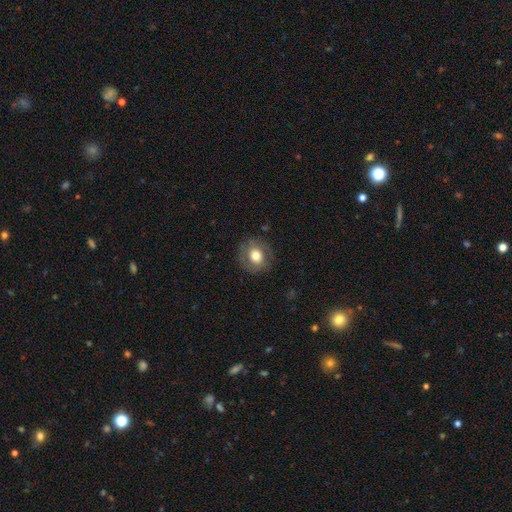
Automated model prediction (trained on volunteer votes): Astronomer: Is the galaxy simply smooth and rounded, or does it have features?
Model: smooth — 63%.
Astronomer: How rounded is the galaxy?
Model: round — 77%.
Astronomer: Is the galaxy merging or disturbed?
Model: none — 82%.